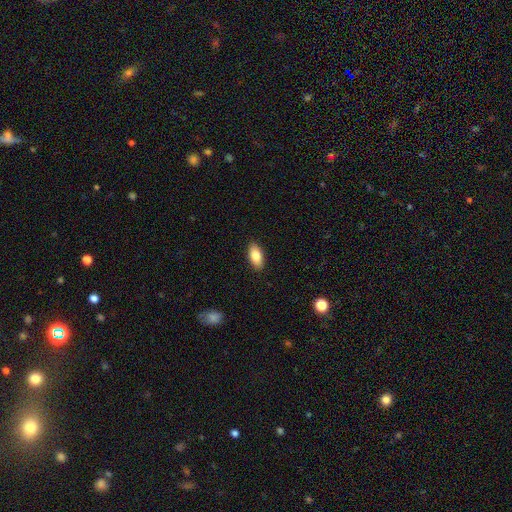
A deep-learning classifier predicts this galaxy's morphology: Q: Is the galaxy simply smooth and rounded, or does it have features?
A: smooth — 84%.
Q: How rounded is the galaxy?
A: in between — 89%.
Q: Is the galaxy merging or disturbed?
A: none — 89%.